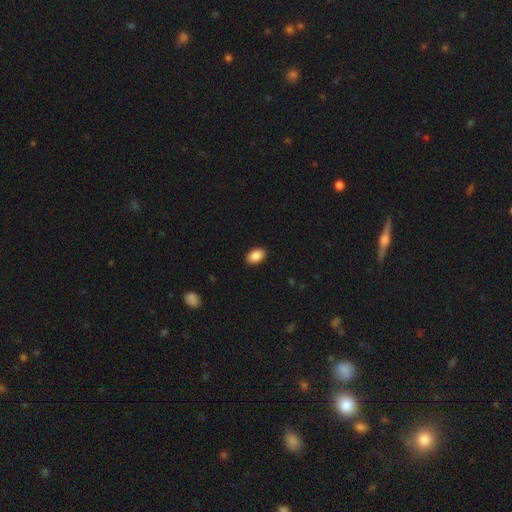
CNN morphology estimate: smooth-or-featured: smooth: 88% | star or artifact: 7% | featured or disk: 5%
  how-rounded: in between: 90% | round: 9% | cigar-shaped: 1%
  merging: none: 90% | minor disturbance: 7% | major disturbance: 2% | merger: 1%